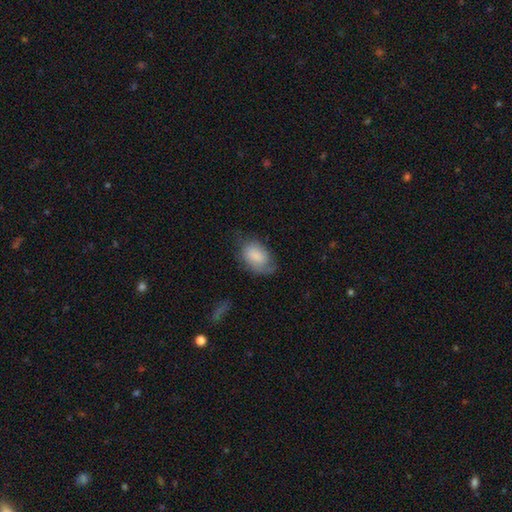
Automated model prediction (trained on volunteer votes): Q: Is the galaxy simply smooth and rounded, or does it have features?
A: smooth — 70%.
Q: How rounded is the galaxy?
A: in between — 87%.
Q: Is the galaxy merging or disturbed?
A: none — 51%.